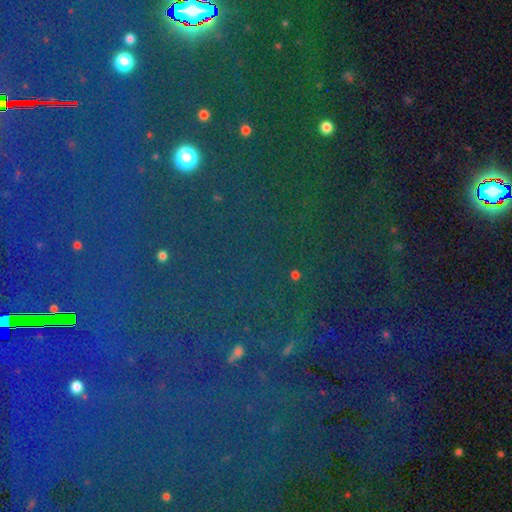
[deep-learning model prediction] star or artifact 81%, smooth 12%, featured or disk 7%.